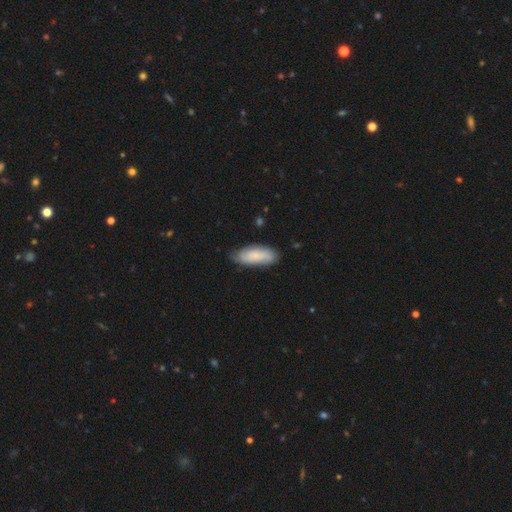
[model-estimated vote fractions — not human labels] This is likely a smooth galaxy (71%). How rounded: likely in between (76%). Merging: likely none (71%).